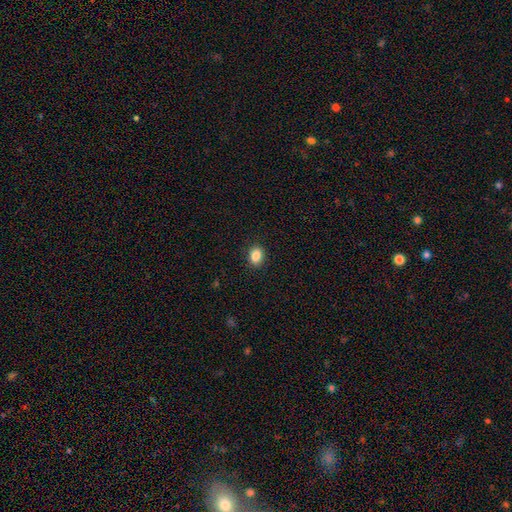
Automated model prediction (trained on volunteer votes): smooth 87%, star or artifact 9%, featured or disk 4%. Down the decision tree: how rounded — in between (67%); merging — none (90%).